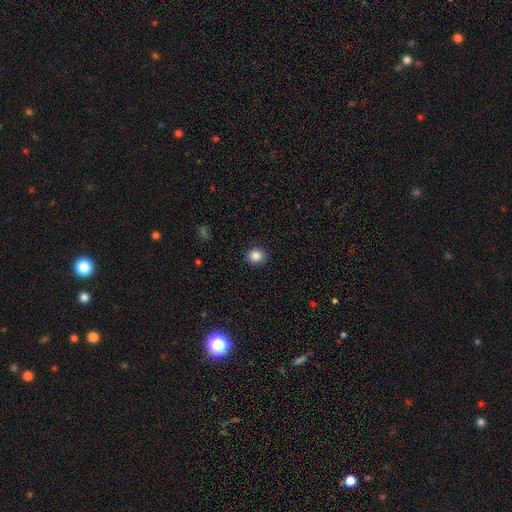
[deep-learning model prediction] Smooth or featured?
  - smooth: 86% *
  - star or artifact: 10%
  - featured or disk: 4%
How rounded?
  - round: 84% *
  - in between: 15%
  - cigar-shaped: 1%
Merging?
  - none: 90% *
  - minor disturbance: 7%
  - major disturbance: 2%
  - merger: 1%